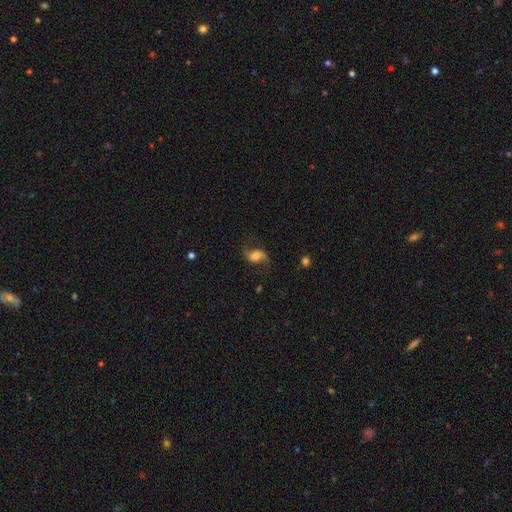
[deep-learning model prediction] This is likely a featured or disk galaxy (72%). It is clearly not viewed edge-on (96%). Bar: possibly no (49%). Spiral arm pattern: clearly yes (94%). Spiral arm count: clearly 2 (92%). Spiral winding: likely loose (75%). Central bulge: marginally moderate (40%). Merging: likely none (71%).